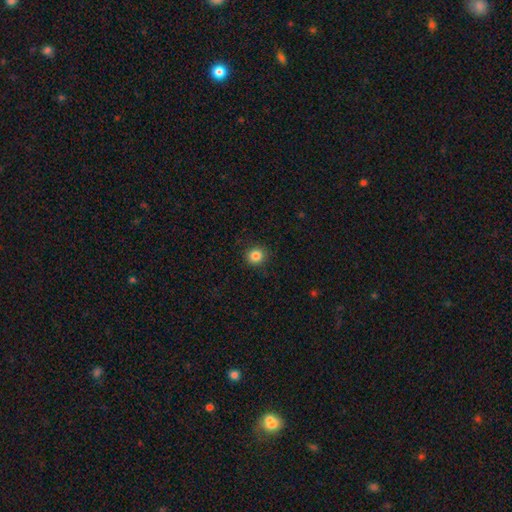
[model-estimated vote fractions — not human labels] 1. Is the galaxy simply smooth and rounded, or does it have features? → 84% smooth, 11% star or artifact, 5% featured or disk.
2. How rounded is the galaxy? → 90% round, 9% in between, 1% cigar-shaped.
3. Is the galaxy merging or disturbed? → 91% none, 6% minor disturbance, 2% major disturbance, 1% merger.